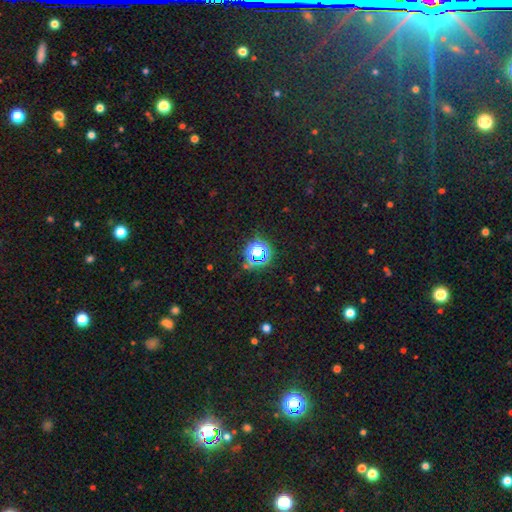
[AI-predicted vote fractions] smooth_or_featured: star or artifact (p=0.62) [alt: smooth p=0.29]